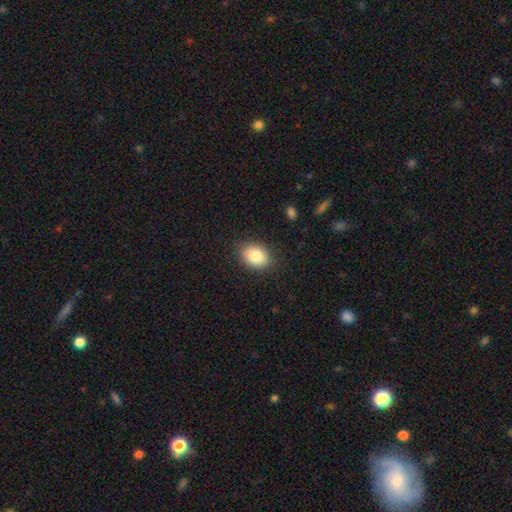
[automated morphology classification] smooth-or-featured: smooth: 85% | star or artifact: 8% | featured or disk: 7%
  how-rounded: in between: 71% | round: 28% | cigar-shaped: 1%
  merging: none: 87% | minor disturbance: 10% | major disturbance: 3% | merger: 1%